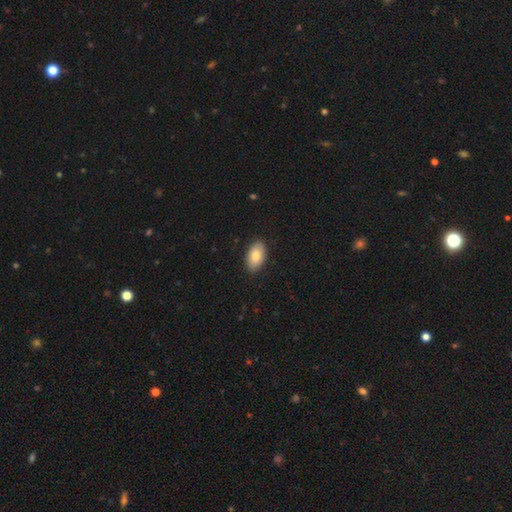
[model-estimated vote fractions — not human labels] The model was most divided on "smooth or featured": smooth: 83%, featured or disk: 11%, star or artifact: 6%. More confident: how rounded — in between (94%); merging — none (88%).